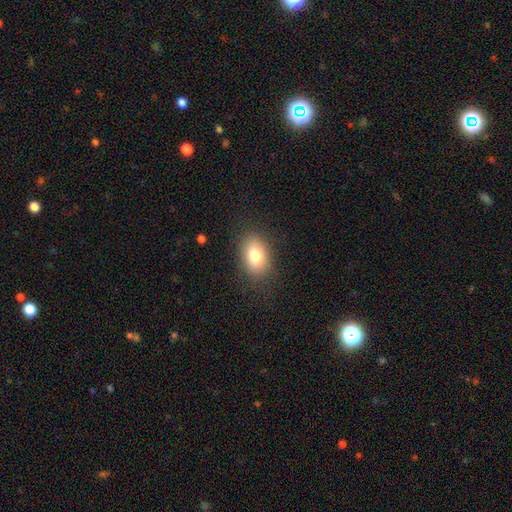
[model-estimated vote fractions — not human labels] Smooth or featured? Predicted: smooth (p=0.79). How rounded? Predicted: in between (p=0.84). Merging? Predicted: none (p=0.84).